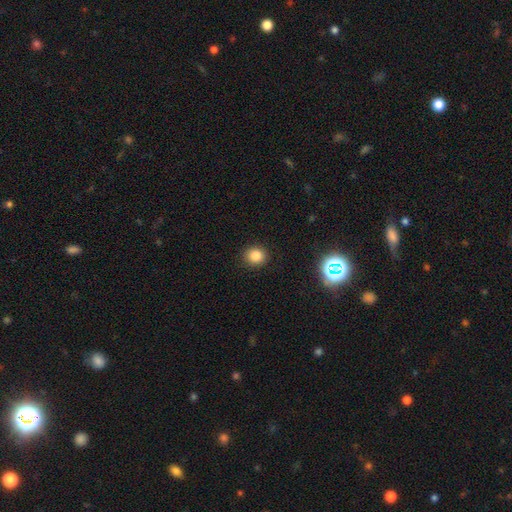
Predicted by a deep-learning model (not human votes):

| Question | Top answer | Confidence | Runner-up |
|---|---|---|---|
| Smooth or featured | smooth | 83% | star or artifact (13%) |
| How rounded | round | 82% | in between (17%) |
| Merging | none | 90% | minor disturbance (7%) |